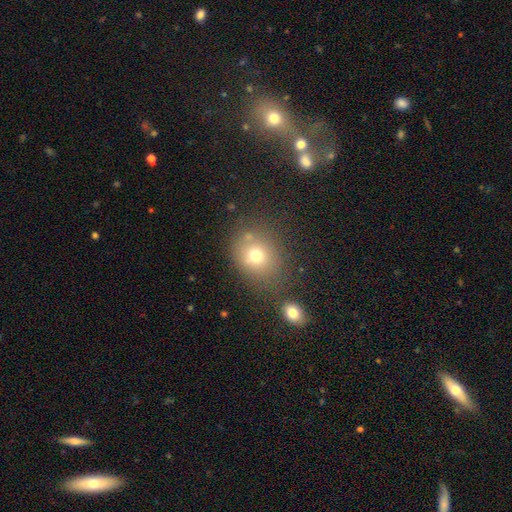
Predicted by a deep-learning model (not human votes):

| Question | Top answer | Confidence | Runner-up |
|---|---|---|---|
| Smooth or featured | smooth | 71% | star or artifact (16%) |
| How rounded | round | 61% | in between (38%) |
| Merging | none | 68% | minor disturbance (14%) |